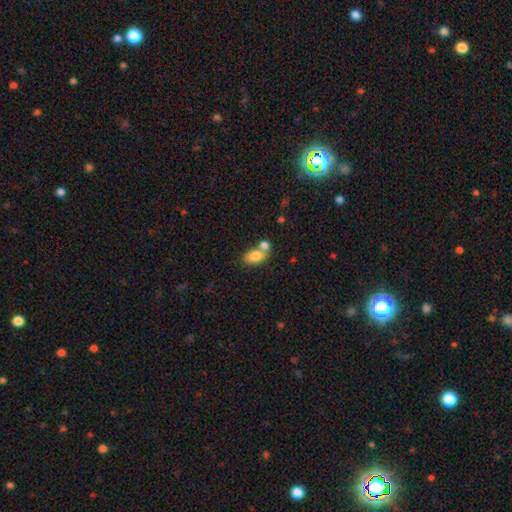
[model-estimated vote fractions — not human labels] Smooth or featured? smooth (81%)
How rounded? in between (84%)
Merging? merger (43%)